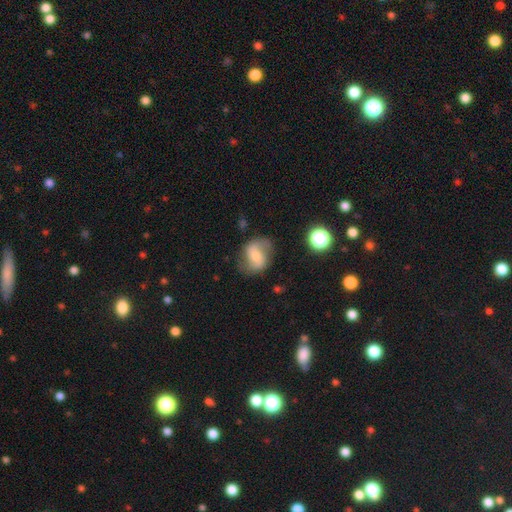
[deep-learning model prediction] Morphology: type=featured or disk (58%); edge-on=no (97%); bar=weak (45%); spiral arms=yes (85%); bulge=moderate (45%); merging=none (67%).